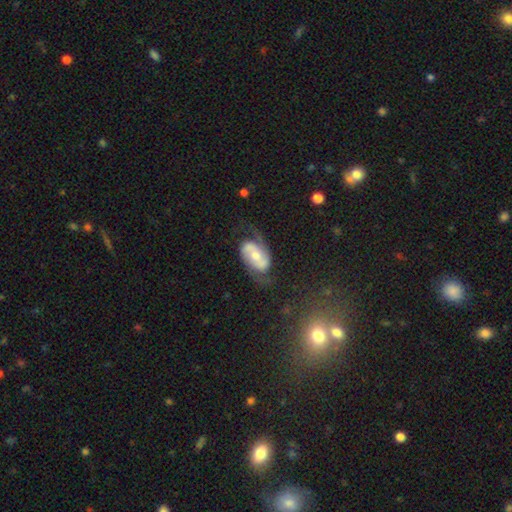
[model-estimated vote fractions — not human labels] Q: Smooth or featured?
A: featured or disk (79%); runner-up: smooth (15%)
Q: Edge-on disk?
A: no (96%); runner-up: yes (4%)
Q: Bar?
A: no (45%); runner-up: weak (37%)
Q: Spiral arms?
A: yes (93%); runner-up: no (7%)
Q: Spiral winding?
A: medium (45%); runner-up: loose (32%)
Q: Spiral arm count?
A: 2 (89%); runner-up: can't tell (6%)
Q: Bulge size?
A: moderate (59%); runner-up: small (32%)
Q: Merging?
A: none (63%); runner-up: minor disturbance (20%)